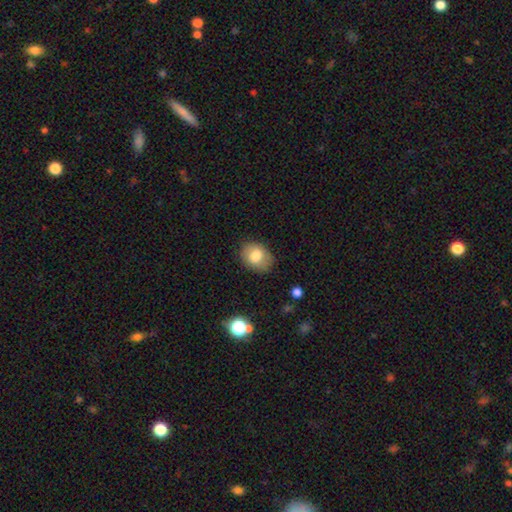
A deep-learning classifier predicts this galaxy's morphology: smooth 79%, featured or disk 12%, star or artifact 9%. Down the decision tree: how rounded — in between (60%); merging — none (80%).